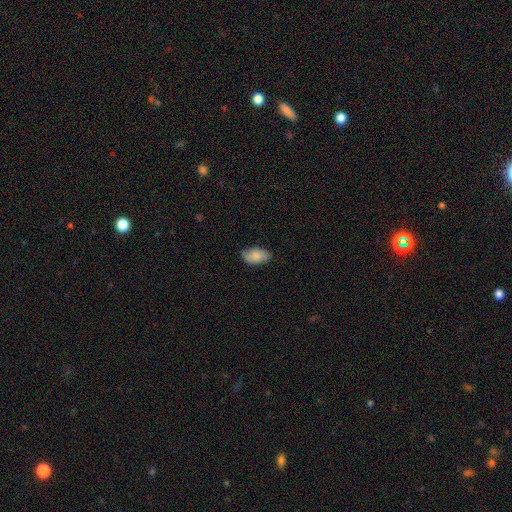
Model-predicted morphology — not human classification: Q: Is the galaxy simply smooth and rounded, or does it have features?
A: smooth — 80%.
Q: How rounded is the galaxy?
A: in between — 93%.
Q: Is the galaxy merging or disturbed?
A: none — 76%.